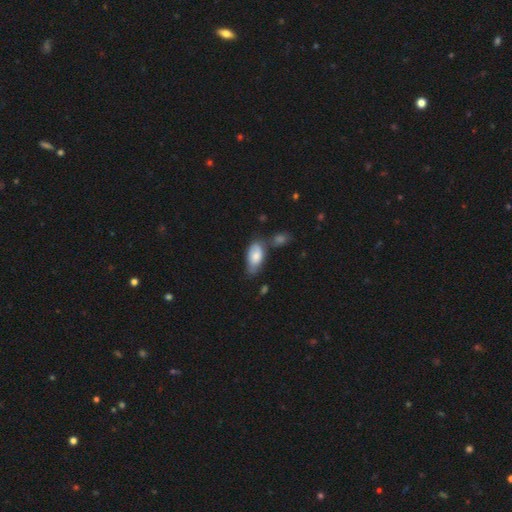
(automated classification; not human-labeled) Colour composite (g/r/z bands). It shows a smooth galaxy with no disk features (74%) that is in between round and cigar-shaped (92%). Merging: none (48%).